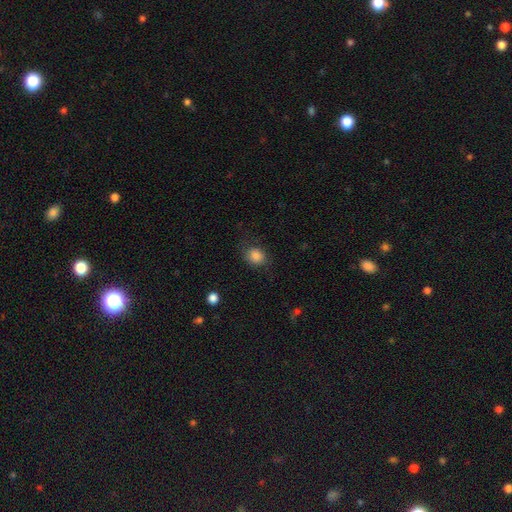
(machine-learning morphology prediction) This appears to be a smooth galaxy with no disk features (84%) that is round (58%). Merging: none (71%).